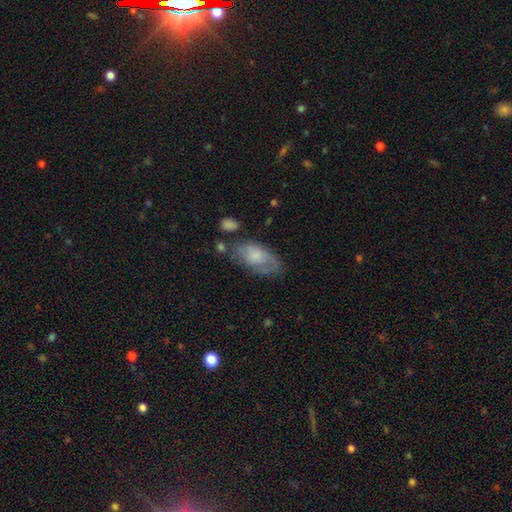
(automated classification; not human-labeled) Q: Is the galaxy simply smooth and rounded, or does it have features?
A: smooth — 60%.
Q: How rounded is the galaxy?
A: in between — 90%.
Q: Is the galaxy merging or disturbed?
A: none — 55%.